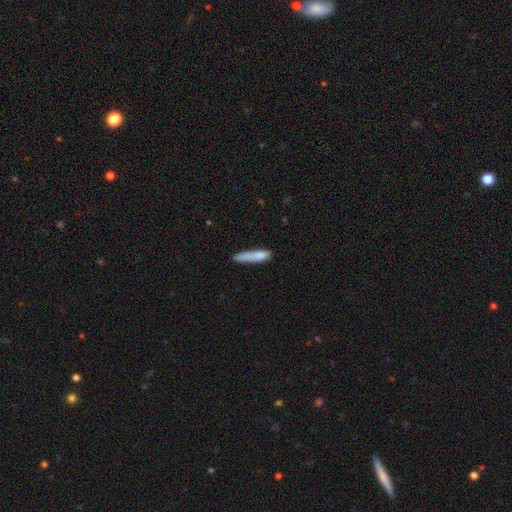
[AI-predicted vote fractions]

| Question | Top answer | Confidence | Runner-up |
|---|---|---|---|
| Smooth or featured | smooth | 80% | featured or disk (13%) |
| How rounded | cigar-shaped | 87% | in between (12%) |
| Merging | none | 65% | minor disturbance (24%) |